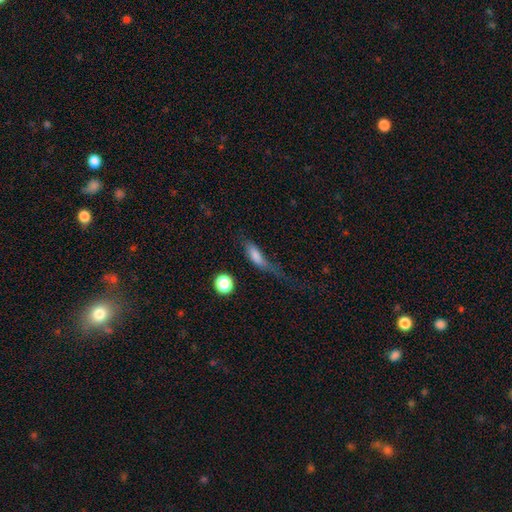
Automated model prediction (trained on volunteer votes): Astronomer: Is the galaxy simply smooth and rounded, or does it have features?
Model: smooth — 68%.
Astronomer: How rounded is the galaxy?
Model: in between — 49% (runner-up: cigar-shaped, 43%).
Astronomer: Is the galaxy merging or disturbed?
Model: major disturbance — 41% (runner-up: none, 29%).